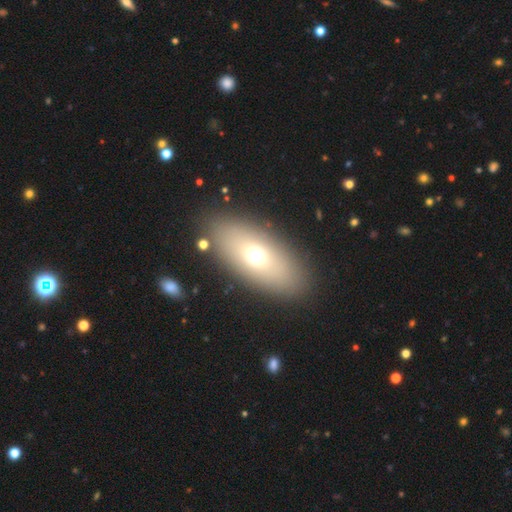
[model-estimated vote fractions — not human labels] This is likely a smooth galaxy (66%). How rounded: clearly in between (84%). Merging: clearly none (86%).